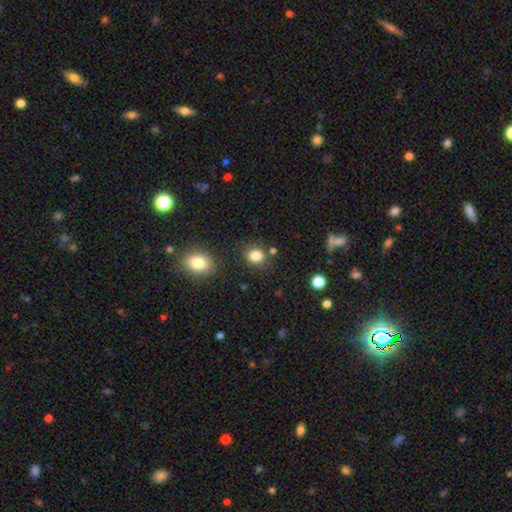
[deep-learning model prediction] A smooth galaxy with no disk features (84%) that is round (69%). Merging: none (79%).